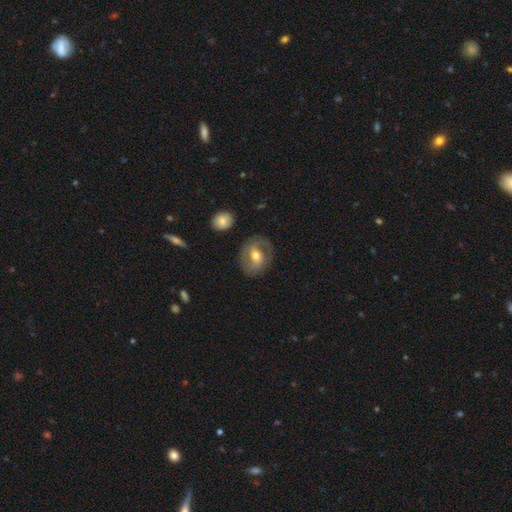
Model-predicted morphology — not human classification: featured or disk 56%, smooth 37%, star or artifact 7%. Down the decision tree: edge-on disk — no (95%); bar — weak (43%); spiral arms — yes (66%); bulge size — moderate (70%); merging — none (76%).